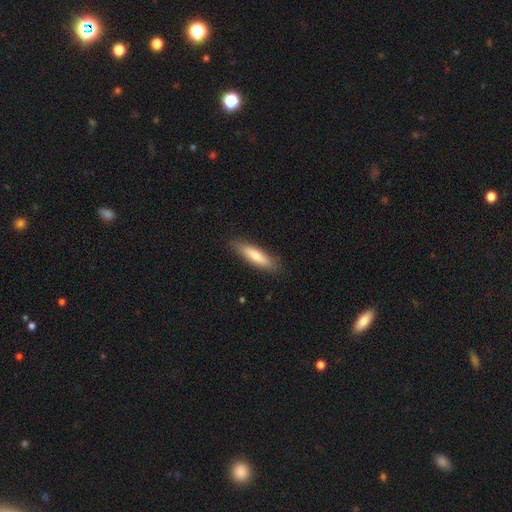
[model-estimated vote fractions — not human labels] smooth-or-featured: smooth: 77% | featured or disk: 17% | star or artifact: 6%
  how-rounded: cigar-shaped: 71% | in between: 27% | round: 1%
  merging: none: 86% | minor disturbance: 11% | major disturbance: 2% | merger: 1%